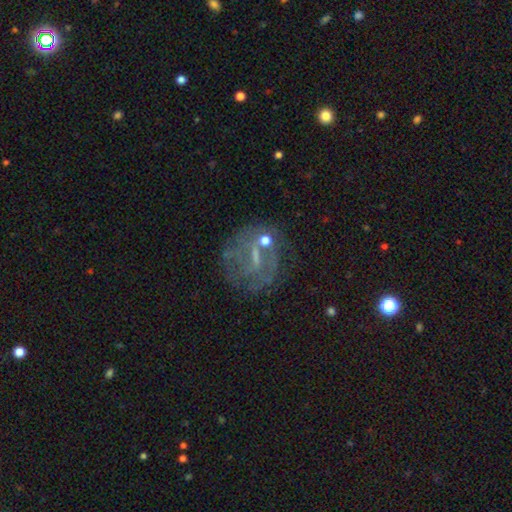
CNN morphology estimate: This is possibly a featured or disk galaxy (58%). It is clearly not viewed edge-on (95%). Bar: marginally weak (41%). Spiral arm pattern: possibly yes (51%). Central bulge: marginally small (43%). Merging: likely none (63%).